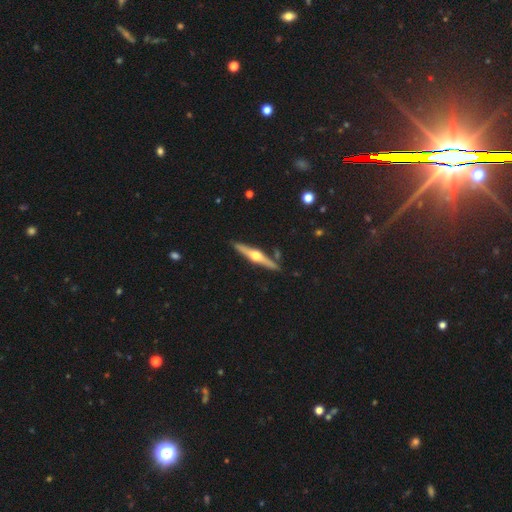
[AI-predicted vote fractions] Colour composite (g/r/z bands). It shows a featured or disk galaxy (75%) viewed edge-on (98%) with a rounded central bulge (95%). Merging: none (87%).